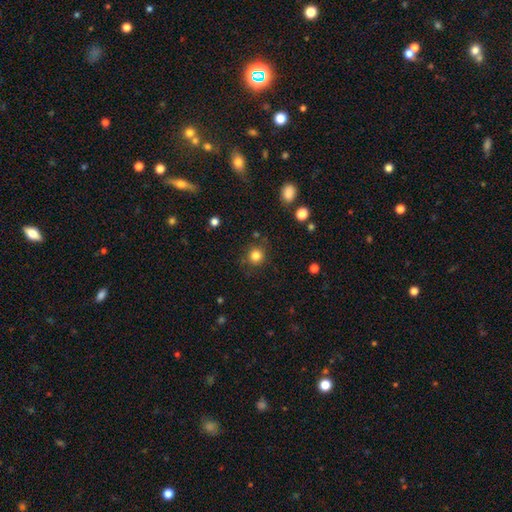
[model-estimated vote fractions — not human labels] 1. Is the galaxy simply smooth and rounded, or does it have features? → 83% smooth, 12% star or artifact, 5% featured or disk.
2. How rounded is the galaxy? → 93% round, 7% in between, 1% cigar-shaped.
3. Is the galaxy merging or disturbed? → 85% none, 9% minor disturbance, 3% major disturbance, 2% merger.